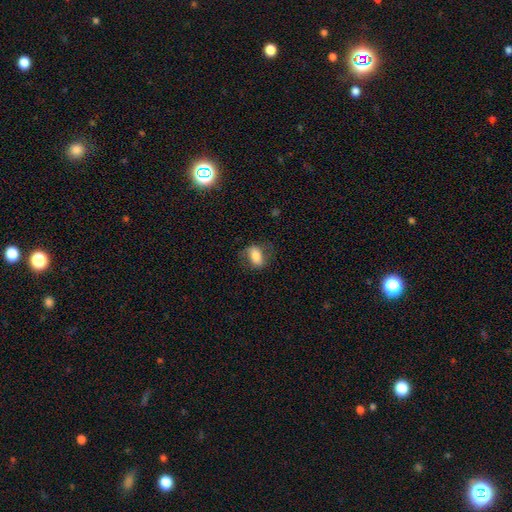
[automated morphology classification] smooth_or_featured: smooth (p=0.66) [alt: featured or disk p=0.25]
how_rounded: in between (p=0.83) [alt: round p=0.13]
merging: none (p=0.66) [alt: minor disturbance p=0.21]